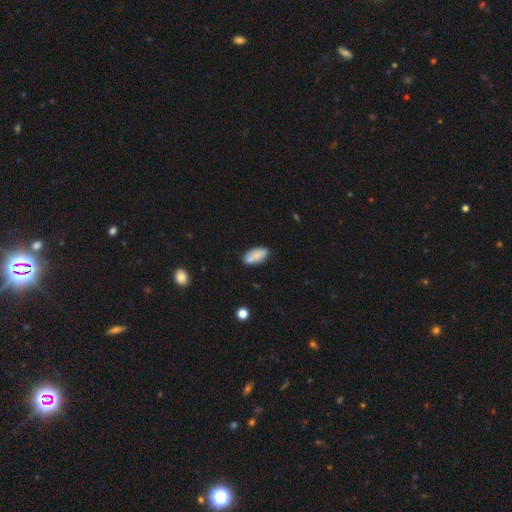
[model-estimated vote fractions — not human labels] Smooth or featured?
  - smooth: 80% *
  - featured or disk: 13%
  - star or artifact: 7%
How rounded?
  - in between: 89% *
  - cigar-shaped: 9%
  - round: 2%
Merging?
  - none: 69% *
  - minor disturbance: 18%
  - merger: 9%
  - major disturbance: 4%